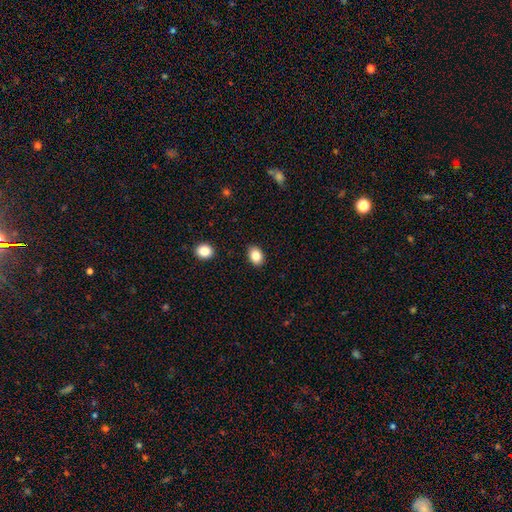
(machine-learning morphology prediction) This is clearly a smooth galaxy (85%). How rounded: likely in between (68%). Merging: clearly none (89%).